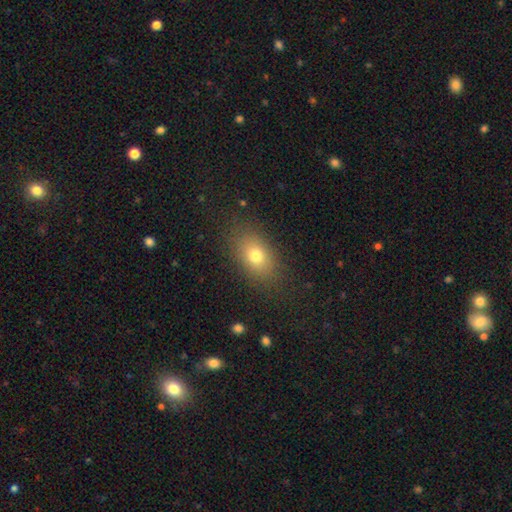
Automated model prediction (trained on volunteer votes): This is likely a smooth galaxy (74%). How rounded: likely in between (78%). Merging: clearly none (84%).